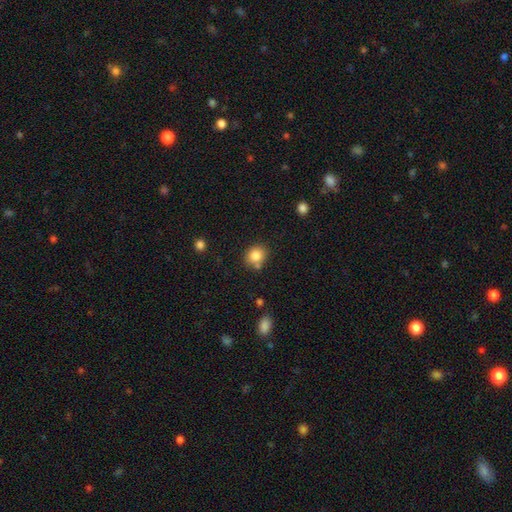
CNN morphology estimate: smooth-or-featured: smooth: 82% | star or artifact: 10% | featured or disk: 8%
  how-rounded: round: 72% | in between: 27% | cigar-shaped: 1%
  merging: none: 70% | merger: 14% | minor disturbance: 13% | major disturbance: 3%